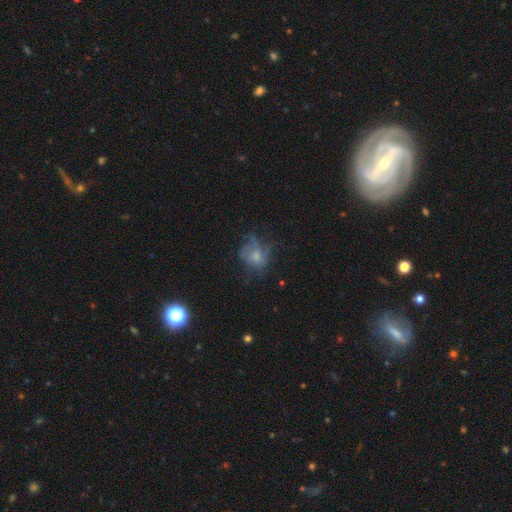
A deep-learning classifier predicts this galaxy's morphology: This appears to be a smooth galaxy with no disk features (48%). Merging: none (44%).